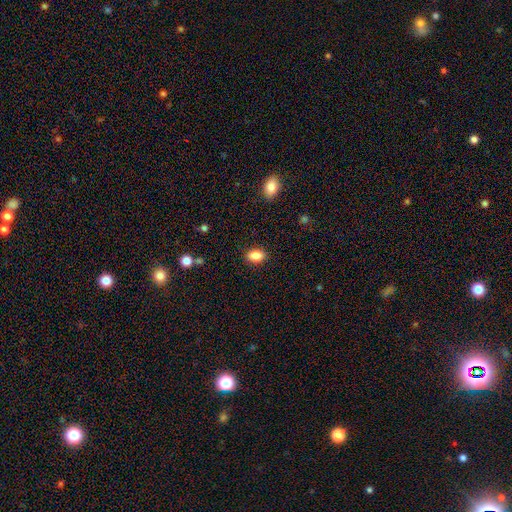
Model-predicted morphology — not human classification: This appears to be a smooth galaxy with no disk features (86%) that is in between round and cigar-shaped (85%). Merging: none (88%).